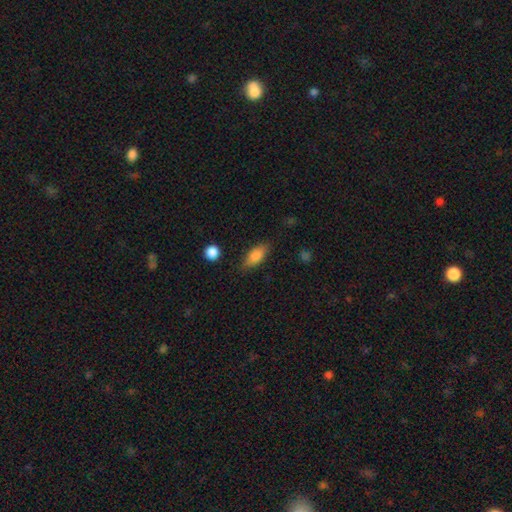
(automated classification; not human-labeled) smooth-or-featured: smooth: 81% | featured or disk: 12% | star or artifact: 7%
  how-rounded: in between: 80% | cigar-shaped: 16% | round: 4%
  merging: none: 79% | minor disturbance: 15% | major disturbance: 4% | merger: 2%